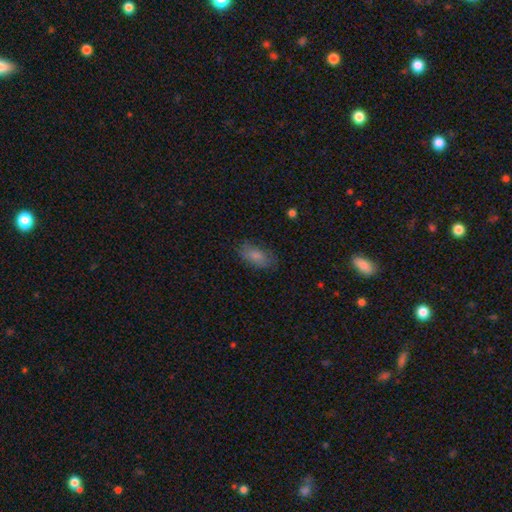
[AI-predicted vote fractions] This is clearly a smooth galaxy (80%). How rounded: clearly in between (90%). Merging: likely none (75%).